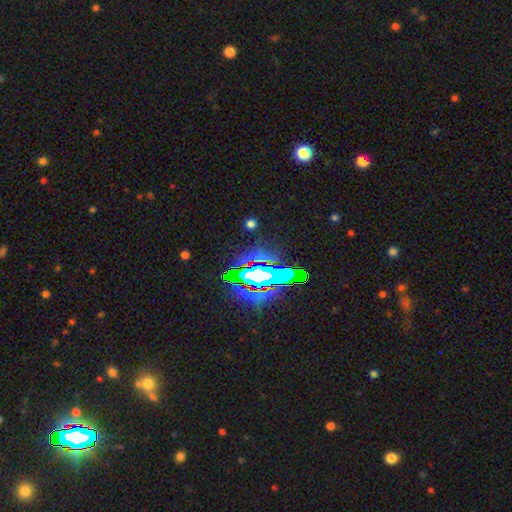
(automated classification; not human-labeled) smooth-or-featured: star or artifact: 78% | featured or disk: 11% | smooth: 11%